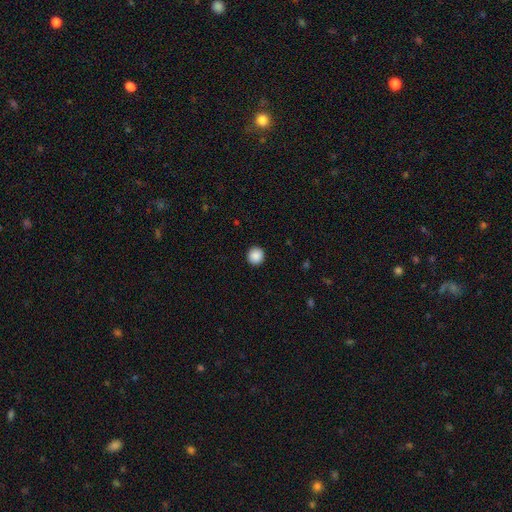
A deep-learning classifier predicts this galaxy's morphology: A smooth galaxy with no disk features (89%) that is round (95%). Merging: none (93%).